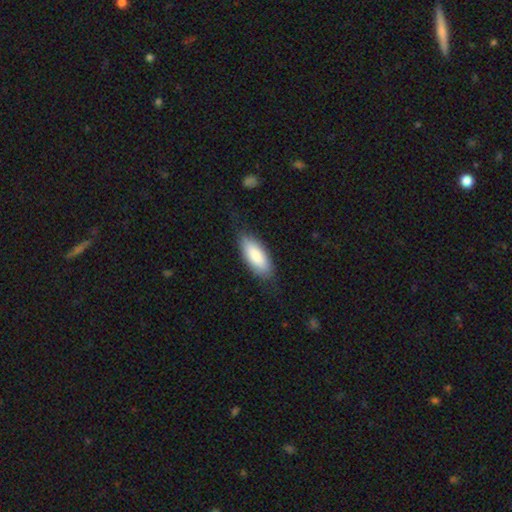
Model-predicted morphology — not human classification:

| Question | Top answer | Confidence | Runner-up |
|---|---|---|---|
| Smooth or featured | smooth | 86% | featured or disk (9%) |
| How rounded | in between | 80% | cigar-shaped (19%) |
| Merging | none | 78% | minor disturbance (16%) |